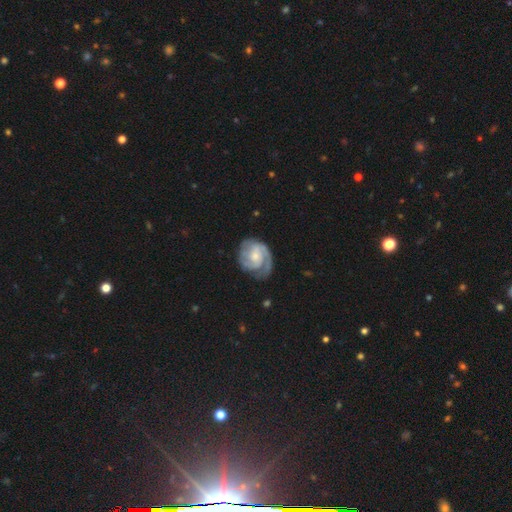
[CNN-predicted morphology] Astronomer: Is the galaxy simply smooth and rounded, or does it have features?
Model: featured or disk — 83%.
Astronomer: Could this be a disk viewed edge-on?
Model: no — 98%.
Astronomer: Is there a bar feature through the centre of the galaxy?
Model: no — 61%.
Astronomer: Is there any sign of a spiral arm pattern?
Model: yes — 96%.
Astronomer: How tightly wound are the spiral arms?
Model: tight — 54% (runner-up: medium, 36%).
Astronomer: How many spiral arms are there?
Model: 2 — 51%.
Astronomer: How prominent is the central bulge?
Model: small — 52% (runner-up: moderate, 37%).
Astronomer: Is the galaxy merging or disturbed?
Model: none — 65%.